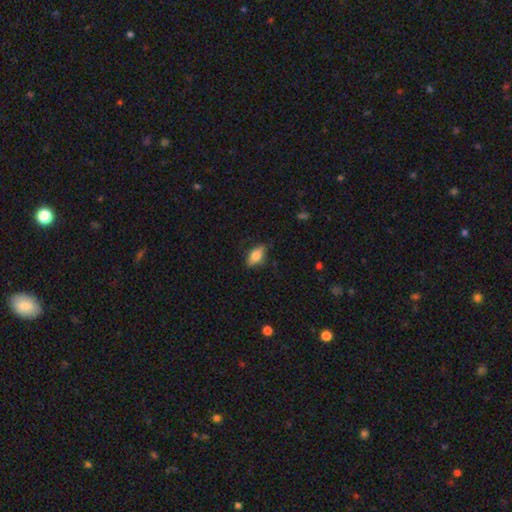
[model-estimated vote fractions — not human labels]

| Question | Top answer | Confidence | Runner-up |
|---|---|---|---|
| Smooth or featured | smooth | 68% | featured or disk (24%) |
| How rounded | in between | 84% | cigar-shaped (10%) |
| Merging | none | 74% | minor disturbance (20%) |